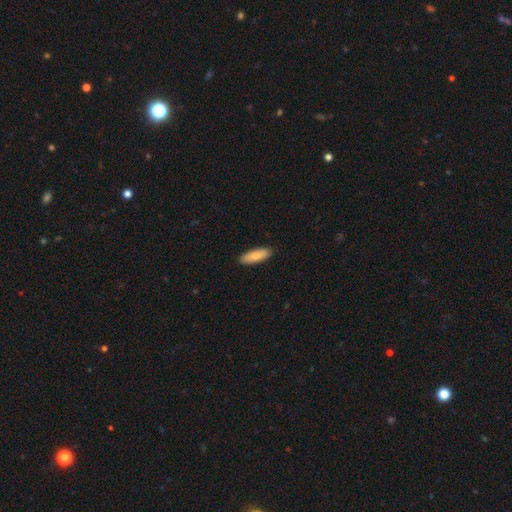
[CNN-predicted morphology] Overall: smooth (86%). How rounded: in between (52%; cigar-shaped 46%). Merging: none (90%).